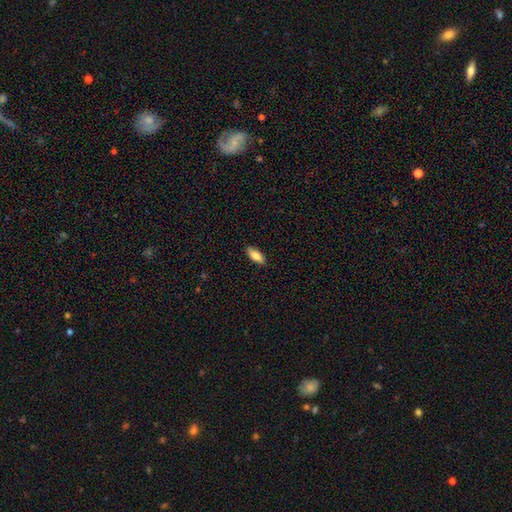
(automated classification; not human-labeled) smooth 81%, featured or disk 12%, star or artifact 6%. Down the decision tree: how rounded — in between (80%); merging — none (88%).